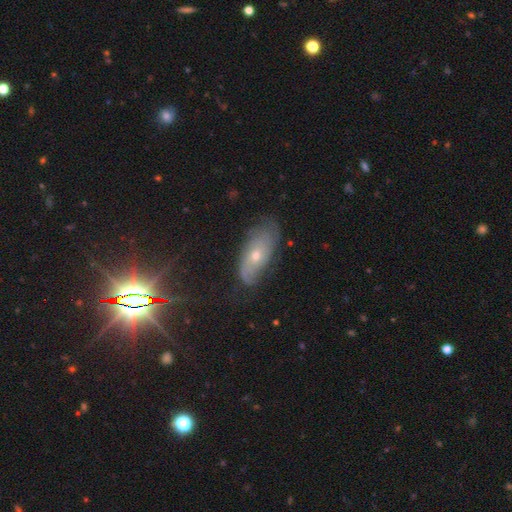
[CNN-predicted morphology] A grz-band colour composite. It shows a featured or disk galaxy (63%) with no bar (79%), spiral arms (79%) and a small central bulge (54%). Merging: none (66%).